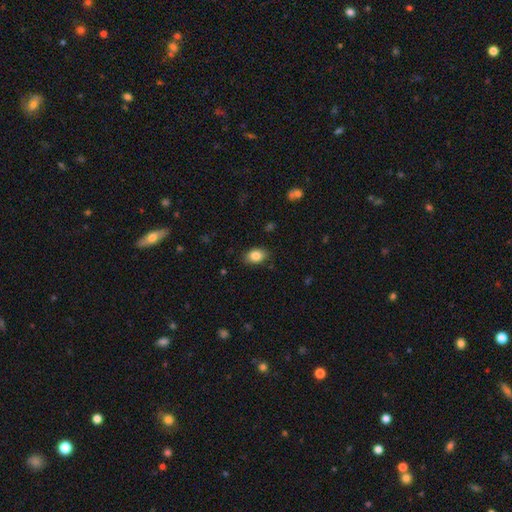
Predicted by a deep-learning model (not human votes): A smooth galaxy with no disk features (85%) that is in between round and cigar-shaped (82%). Merging: none (85%).